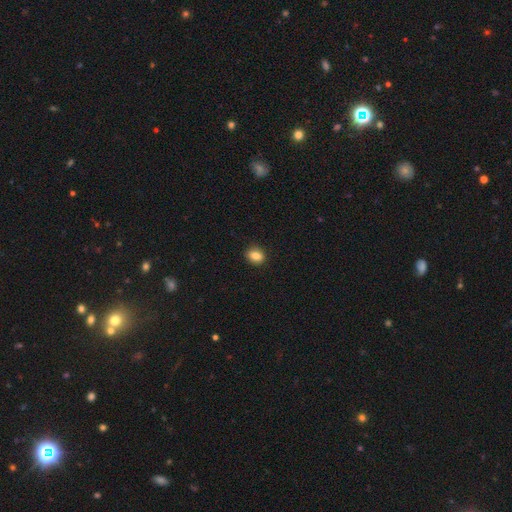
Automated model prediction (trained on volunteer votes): A smooth galaxy with no disk features (84%) that is in between round and cigar-shaped (53%). Merging: none (88%).